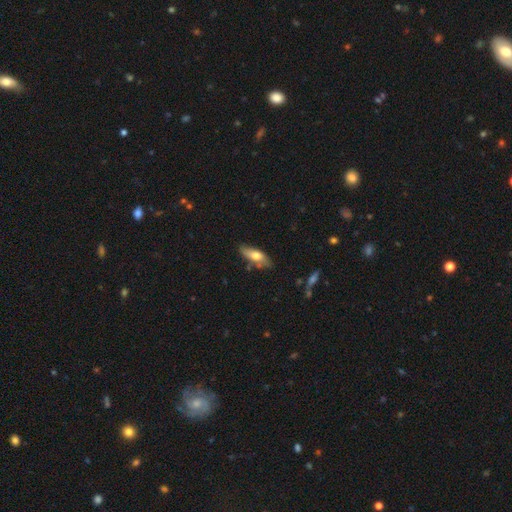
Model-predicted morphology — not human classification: Q: Smooth or featured?
A: smooth (66%); runner-up: featured or disk (27%)
Q: How rounded?
A: in between (65%); runner-up: cigar-shaped (32%)
Q: Merging?
A: none (65%); runner-up: minor disturbance (25%)